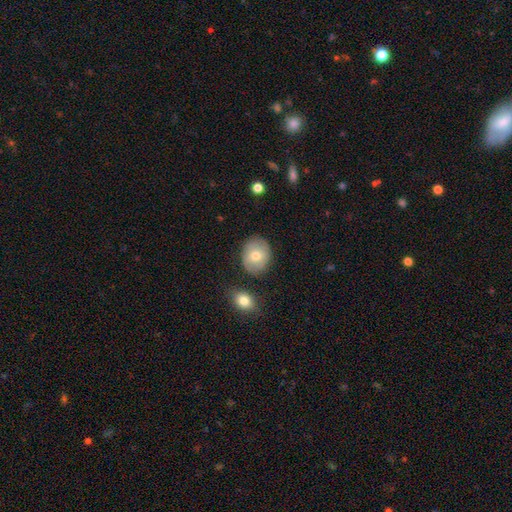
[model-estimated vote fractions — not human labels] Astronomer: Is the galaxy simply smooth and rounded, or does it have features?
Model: smooth — 72%.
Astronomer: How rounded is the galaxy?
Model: round — 59% (runner-up: in between, 40%).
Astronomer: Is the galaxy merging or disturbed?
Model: none — 80%.